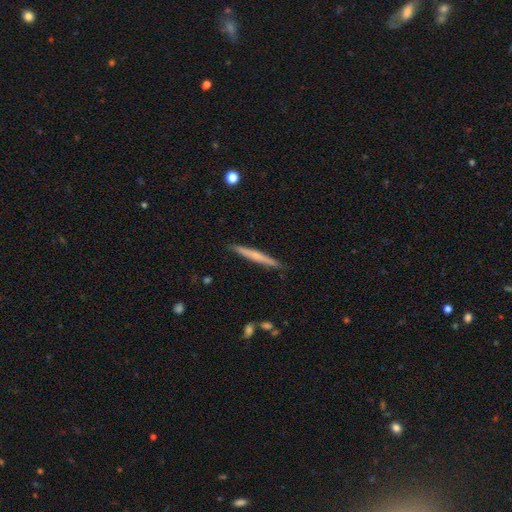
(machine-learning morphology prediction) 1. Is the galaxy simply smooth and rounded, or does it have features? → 51% smooth, 43% featured or disk, 6% star or artifact.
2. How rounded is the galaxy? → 96% cigar-shaped, 2% in between, 1% round.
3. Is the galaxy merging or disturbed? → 91% none, 7% minor disturbance, 1% major disturbance, 1% merger.